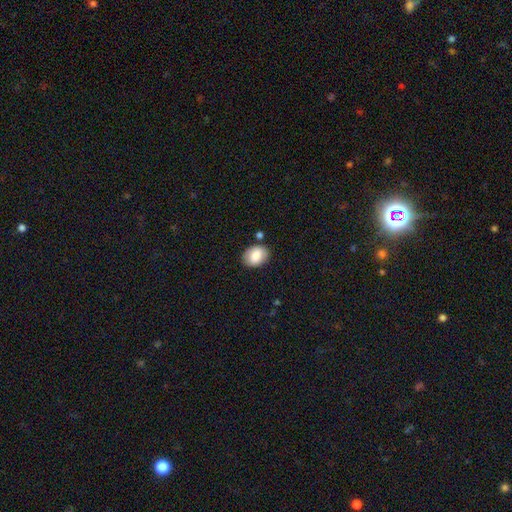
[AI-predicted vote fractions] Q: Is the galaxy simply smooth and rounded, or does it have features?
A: smooth — 82%.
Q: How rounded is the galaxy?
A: in between — 71%.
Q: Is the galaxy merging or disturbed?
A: none — 81%.